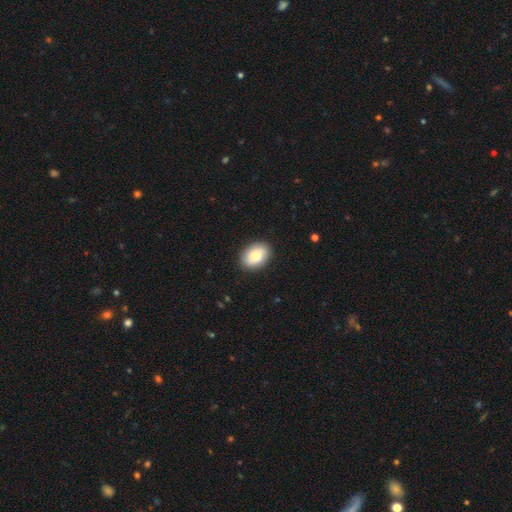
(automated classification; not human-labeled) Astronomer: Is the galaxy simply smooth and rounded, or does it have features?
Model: smooth — 80%.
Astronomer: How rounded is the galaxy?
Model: in between — 84%.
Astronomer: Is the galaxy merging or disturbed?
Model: none — 88%.